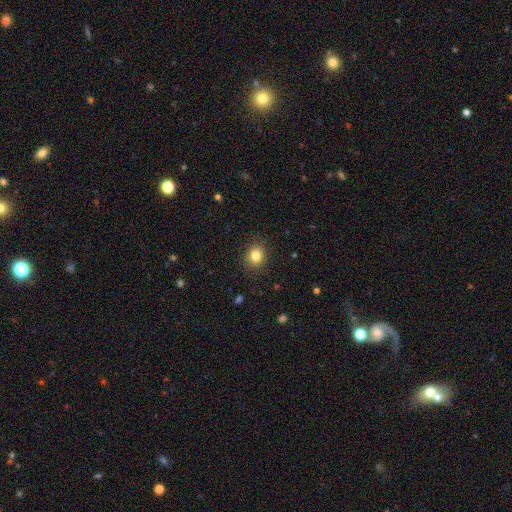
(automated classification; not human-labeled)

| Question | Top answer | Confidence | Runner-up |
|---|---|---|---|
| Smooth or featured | smooth | 83% | star or artifact (11%) |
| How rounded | round | 64% | in between (35%) |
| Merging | none | 88% | minor disturbance (9%) |